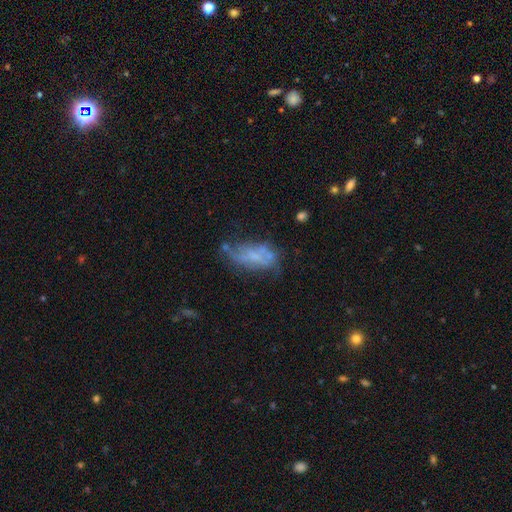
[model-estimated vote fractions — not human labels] smooth-or-featured: featured or disk: 52% | smooth: 35% | star or artifact: 13%
  disk-edge-on: no: 88% | yes: 12%
  merging: none: 38% | minor disturbance: 27% | major disturbance: 24% | merger: 11%